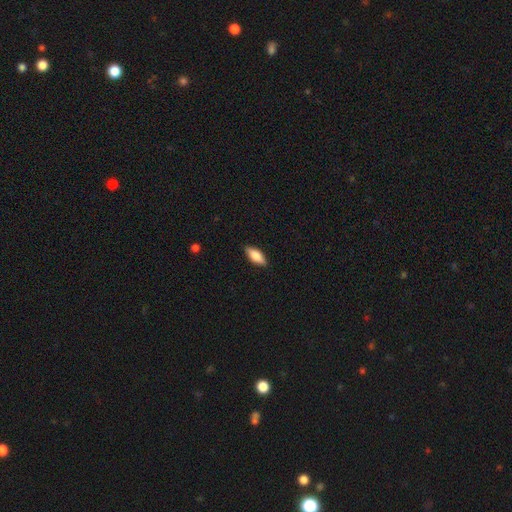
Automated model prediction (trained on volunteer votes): This is likely a smooth galaxy (79%). How rounded: likely in between (77%). Merging: clearly none (88%).